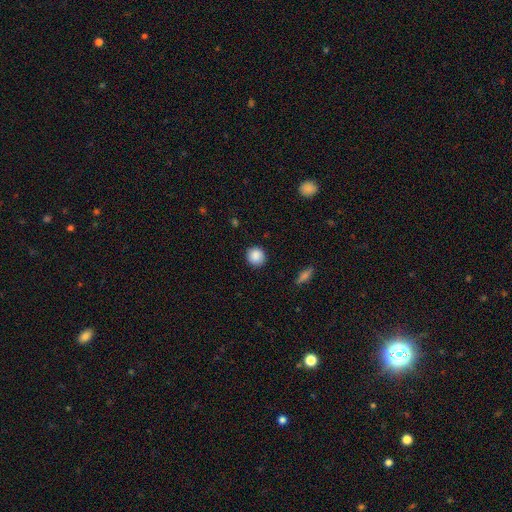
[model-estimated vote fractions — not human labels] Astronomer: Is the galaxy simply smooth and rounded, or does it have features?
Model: smooth — 88%.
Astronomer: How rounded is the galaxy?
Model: round — 91%.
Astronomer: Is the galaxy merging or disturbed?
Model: none — 89%.